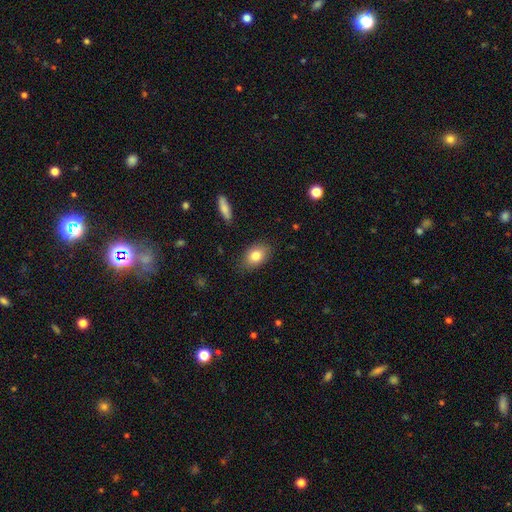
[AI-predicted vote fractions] smooth 81%, featured or disk 11%, star or artifact 8%. Down the decision tree: how rounded — in between (81%); merging — none (83%).